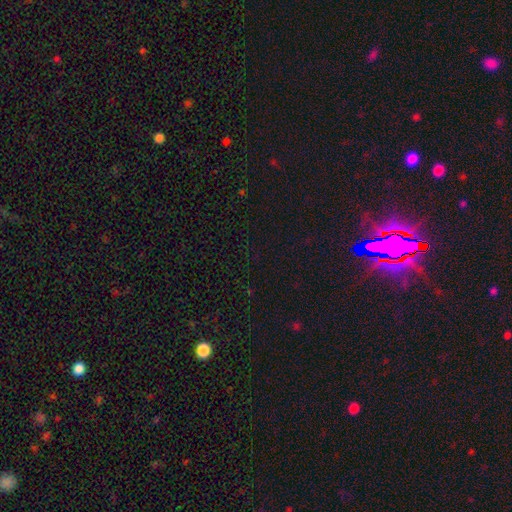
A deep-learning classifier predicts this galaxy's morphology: This appears to be a star or artifact, not a galaxy (74%).